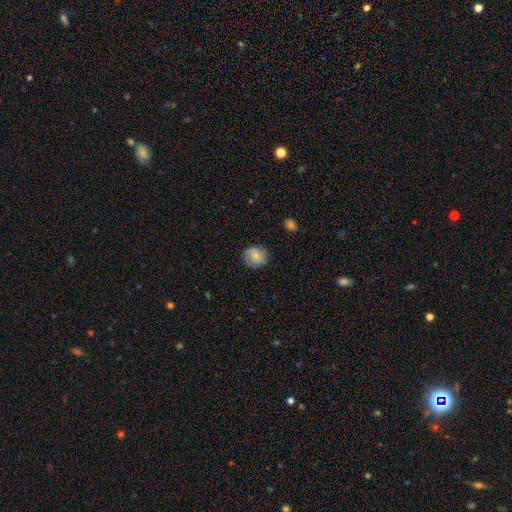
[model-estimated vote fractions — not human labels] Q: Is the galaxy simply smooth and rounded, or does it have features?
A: smooth — 74%.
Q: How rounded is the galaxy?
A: round — 78%.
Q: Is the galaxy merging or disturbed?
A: none — 79%.